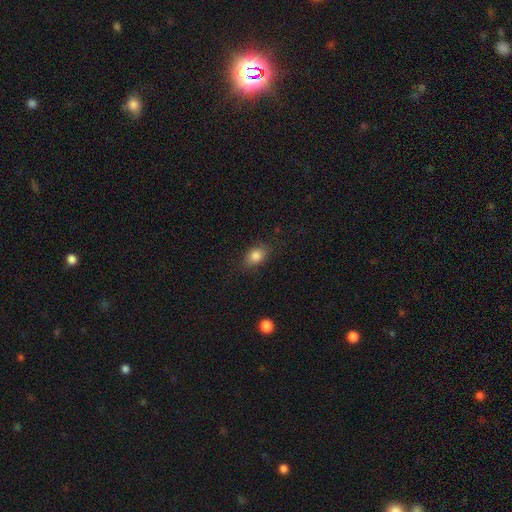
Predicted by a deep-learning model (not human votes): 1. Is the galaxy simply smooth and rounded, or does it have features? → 84% smooth, 9% star or artifact, 6% featured or disk.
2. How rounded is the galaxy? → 71% in between, 28% round, 2% cigar-shaped.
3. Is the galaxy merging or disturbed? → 81% none, 14% minor disturbance, 4% major disturbance, 1% merger.